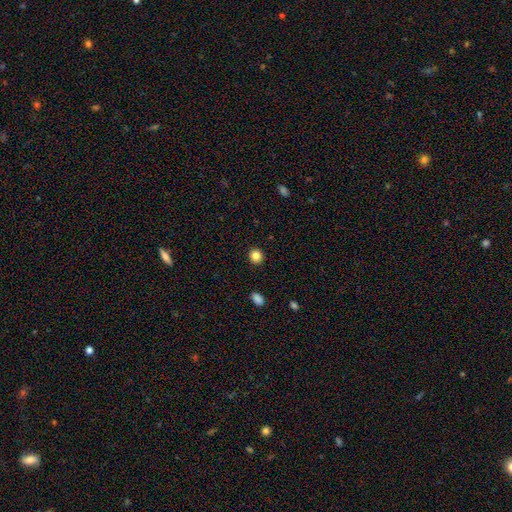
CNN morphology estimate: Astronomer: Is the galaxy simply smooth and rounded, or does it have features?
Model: smooth — 85%.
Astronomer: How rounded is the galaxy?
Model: round — 89%.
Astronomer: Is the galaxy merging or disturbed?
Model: none — 92%.